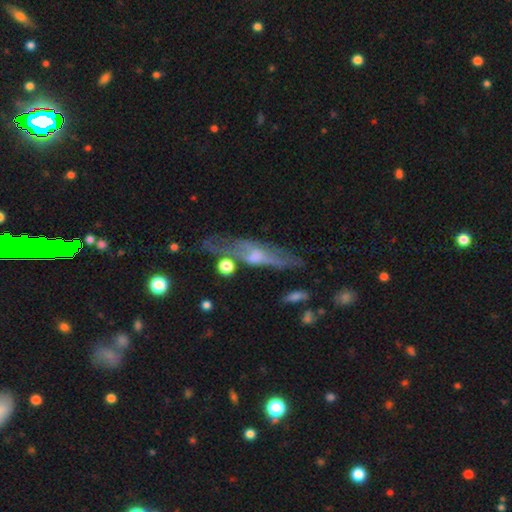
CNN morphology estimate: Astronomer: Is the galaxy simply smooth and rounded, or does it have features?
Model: featured or disk — 60%.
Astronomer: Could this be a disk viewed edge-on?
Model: yes — 64%.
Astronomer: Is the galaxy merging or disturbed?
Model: none — 51%.